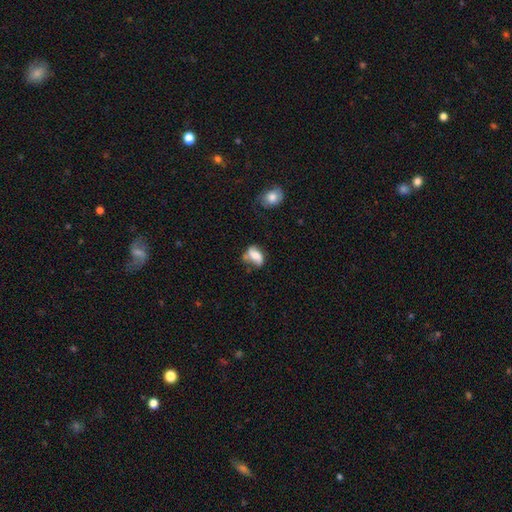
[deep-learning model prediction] A smooth galaxy with no disk features (53%) that is in between round and cigar-shaped (83%). Merging: none (41%).